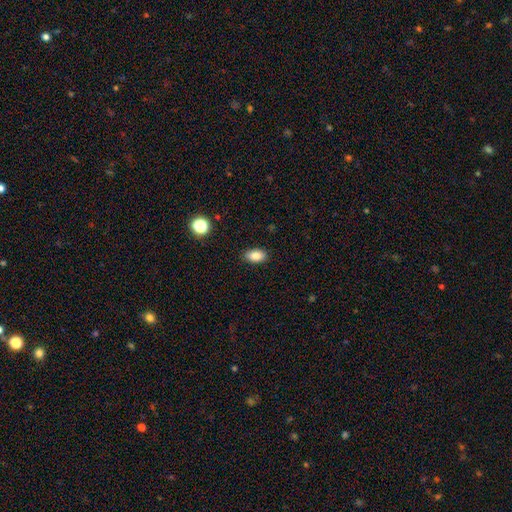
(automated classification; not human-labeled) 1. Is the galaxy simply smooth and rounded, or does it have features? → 86% smooth, 9% star or artifact, 5% featured or disk.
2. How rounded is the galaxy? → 90% in between, 8% round, 2% cigar-shaped.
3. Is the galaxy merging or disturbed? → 87% none, 9% minor disturbance, 2% major disturbance, 1% merger.